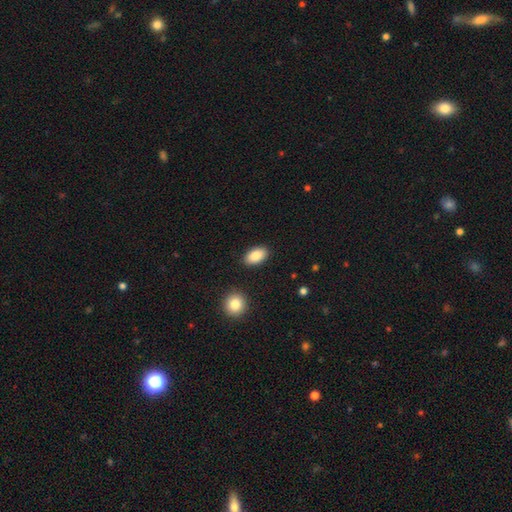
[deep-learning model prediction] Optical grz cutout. It shows a smooth galaxy with no disk features (87%) that is in between round and cigar-shaped (93%). Merging: none (88%).